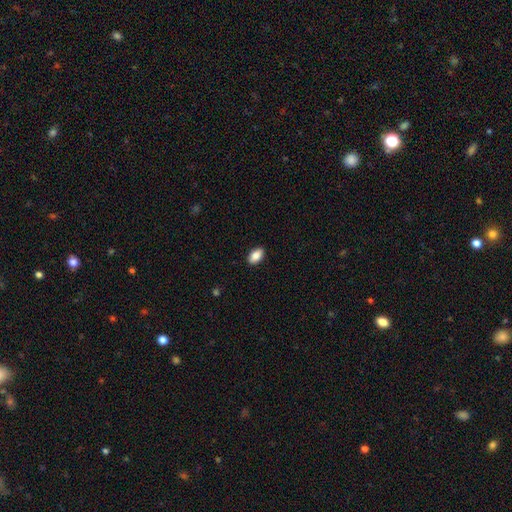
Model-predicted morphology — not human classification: Q: Smooth or featured?
A: smooth (86%); runner-up: star or artifact (7%)
Q: How rounded?
A: in between (92%); runner-up: round (6%)
Q: Merging?
A: none (90%); runner-up: minor disturbance (8%)